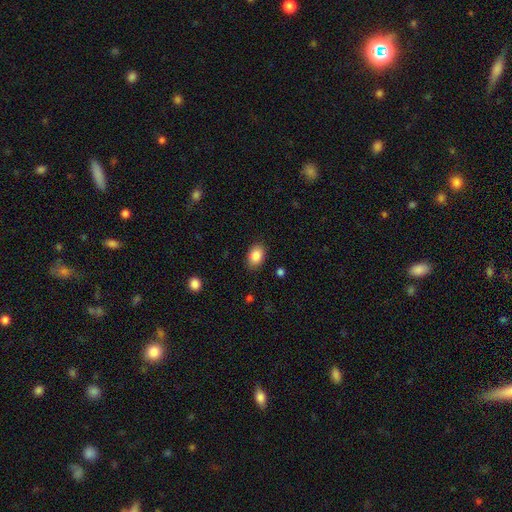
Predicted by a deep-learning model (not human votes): Smooth or featured: smooth — 88% (star or artifact — 8%)
How rounded: in between — 84% (round — 15%)
Merging: none — 87% (minor disturbance — 9%)